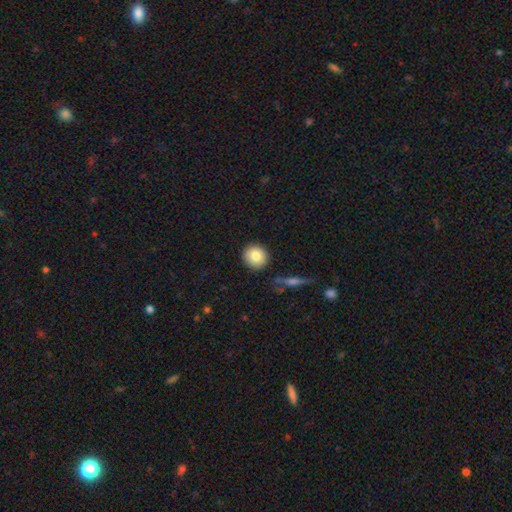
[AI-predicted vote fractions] smooth 83%, featured or disk 9%, star or artifact 8%. Down the decision tree: how rounded — round (91%); merging — none (89%).